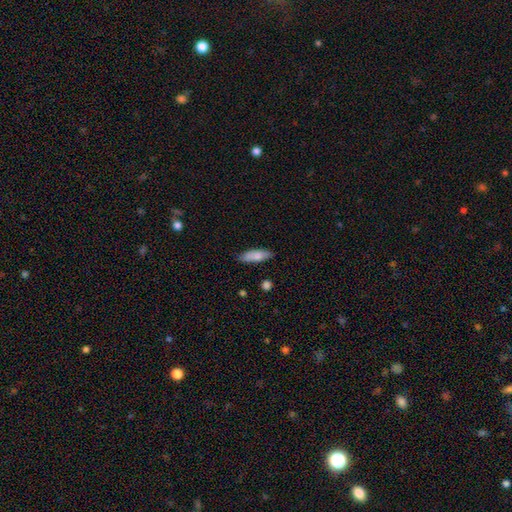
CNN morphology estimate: smooth-or-featured: smooth: 80% | featured or disk: 14% | star or artifact: 6%
  how-rounded: in between: 54% | cigar-shaped: 44% | round: 2%
  merging: none: 81% | minor disturbance: 14% | major disturbance: 3% | merger: 2%